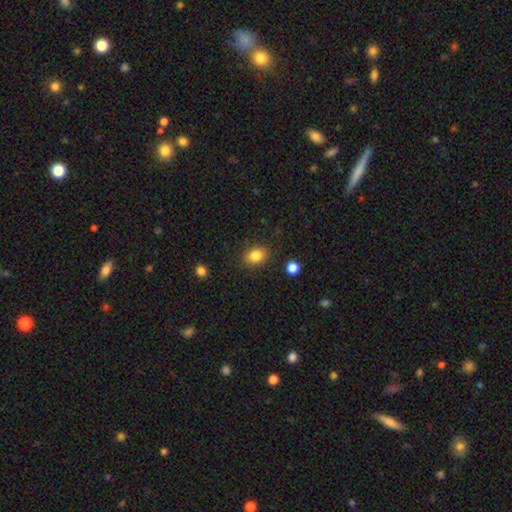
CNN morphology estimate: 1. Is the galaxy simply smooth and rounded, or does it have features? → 84% smooth, 10% star or artifact, 6% featured or disk.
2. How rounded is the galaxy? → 62% in between, 37% round, 1% cigar-shaped.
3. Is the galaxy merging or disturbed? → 86% none, 9% minor disturbance, 3% major disturbance, 2% merger.